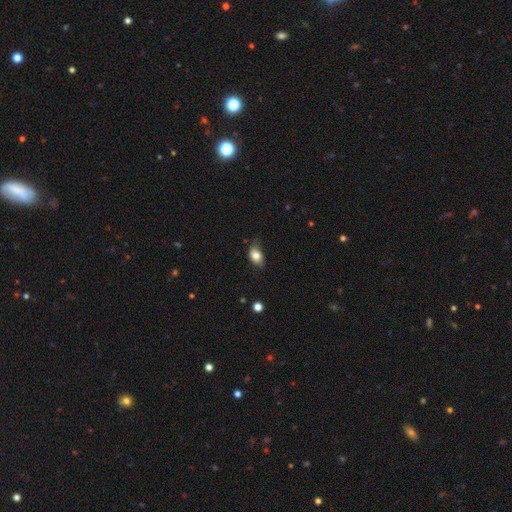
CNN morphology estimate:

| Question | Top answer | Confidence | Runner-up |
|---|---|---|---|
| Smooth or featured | smooth | 81% | featured or disk (11%) |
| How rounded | in between | 78% | round (20%) |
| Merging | none | 52% | minor disturbance (35%) |